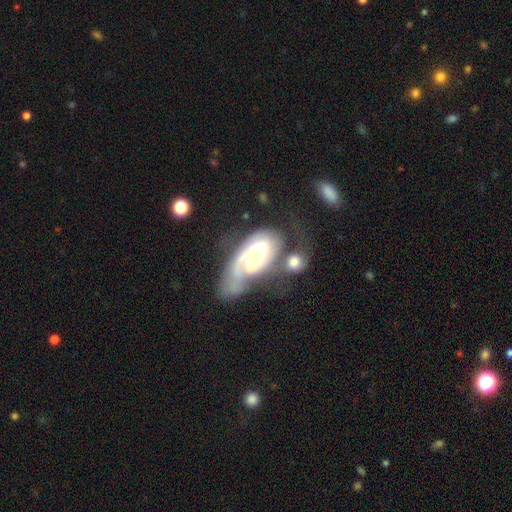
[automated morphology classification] type=featured or disk (82%); edge-on=no (96%); bar=weak (42%); spiral arms=yes (95%); winding=tight (49%); arm count=1 (48%); bulge=moderate (47%); merging=none (28%, tied with major disturbance and merger).